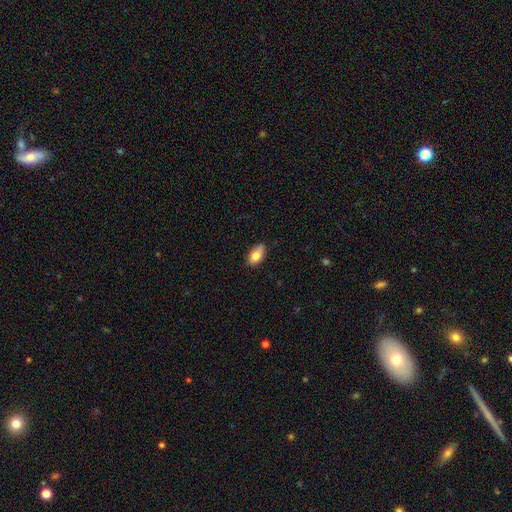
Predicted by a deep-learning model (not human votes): This appears to be a smooth galaxy with no disk features (82%) that is in between round and cigar-shaped (92%). Merging: none (73%).